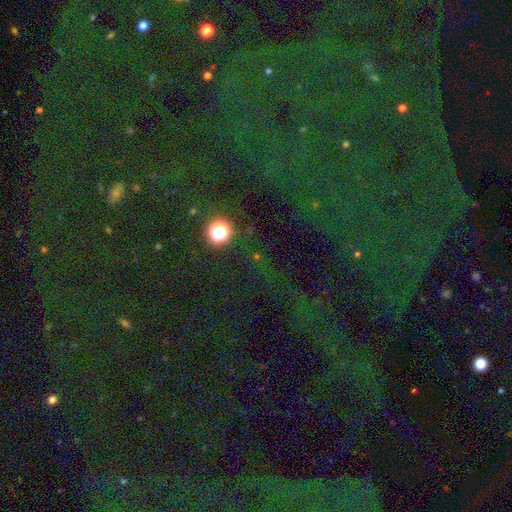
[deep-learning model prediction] The model was most divided on "smooth or featured": star or artifact: 79%, smooth: 13%, featured or disk: 8%.